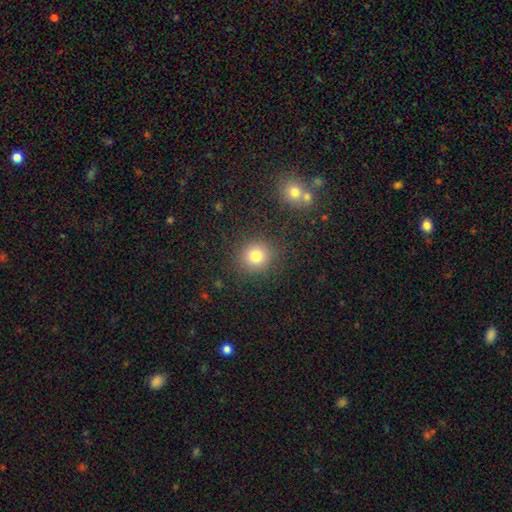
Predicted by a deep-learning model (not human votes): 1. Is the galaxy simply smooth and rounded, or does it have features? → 78% smooth, 14% star or artifact, 8% featured or disk.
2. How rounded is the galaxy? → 88% round, 11% in between, 1% cigar-shaped.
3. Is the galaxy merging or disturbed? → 85% none, 8% minor disturbance, 3% major disturbance, 3% merger.